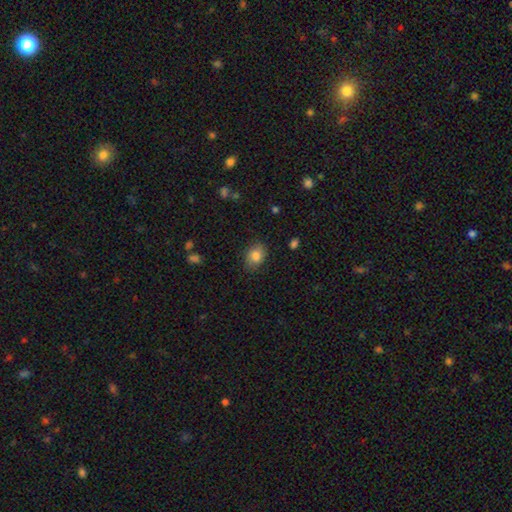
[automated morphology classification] This appears to be a smooth galaxy with no disk features (82%) that is in between round and cigar-shaped (61%). Merging: none (79%).